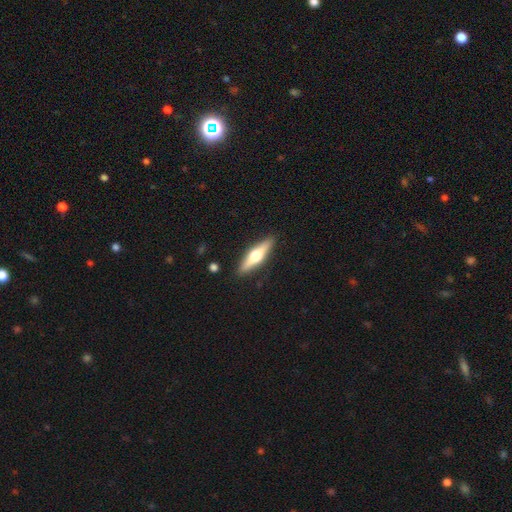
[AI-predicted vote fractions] Smooth or featured? Predicted: featured or disk (p=0.58). Edge-on disk? Predicted: yes (p=0.95). Edge-on bulge? Predicted: rounded (p=0.95). Merging? Predicted: none (p=0.89).